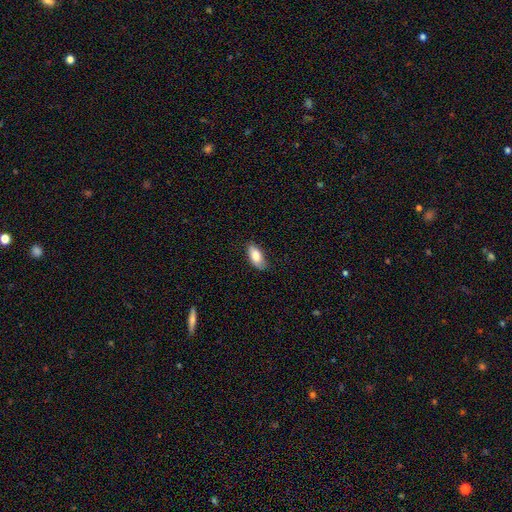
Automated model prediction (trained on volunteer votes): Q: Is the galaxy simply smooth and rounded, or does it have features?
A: smooth — 82%.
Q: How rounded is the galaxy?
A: in between — 89%.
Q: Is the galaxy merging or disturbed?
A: none — 77%.